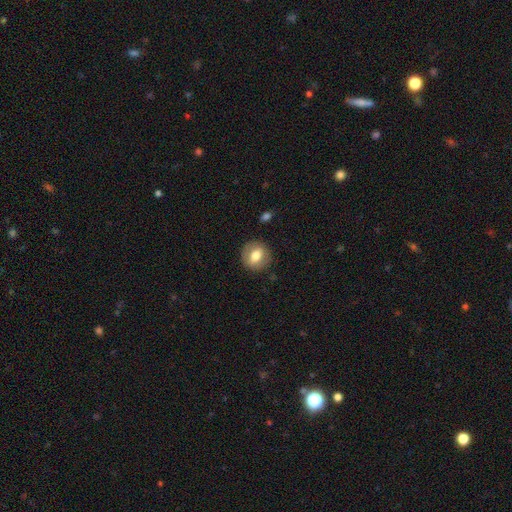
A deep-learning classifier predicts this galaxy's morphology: This is likely a smooth galaxy (69%). How rounded: likely round (77%). Merging: clearly none (87%).